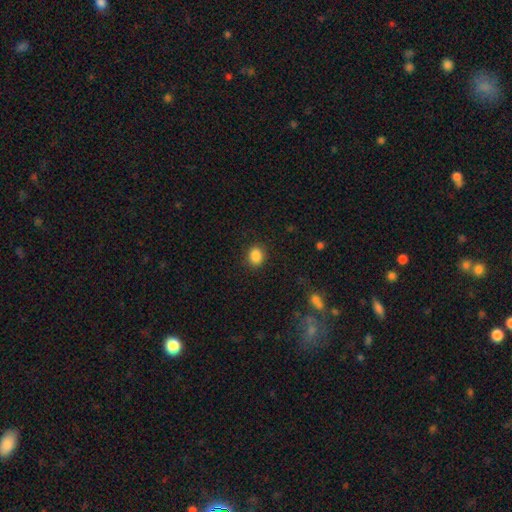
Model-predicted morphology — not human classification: smooth 87%, star or artifact 10%, featured or disk 4%. Down the decision tree: how rounded — round (54%); merging — none (88%).